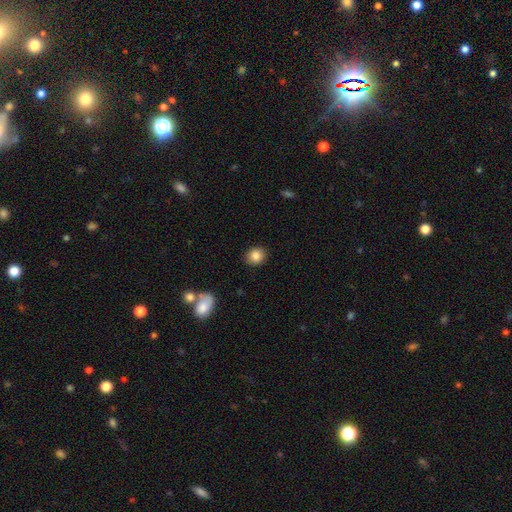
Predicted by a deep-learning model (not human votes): A smooth galaxy with no disk features (85%) that is round (76%). Merging: none (90%).